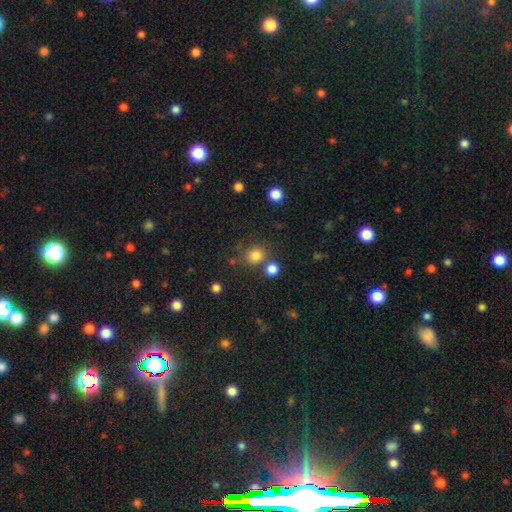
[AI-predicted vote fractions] Smooth or featured? Predicted: smooth (p=0.80). How rounded? Predicted: round (p=0.88). Merging? Predicted: none (p=0.70).